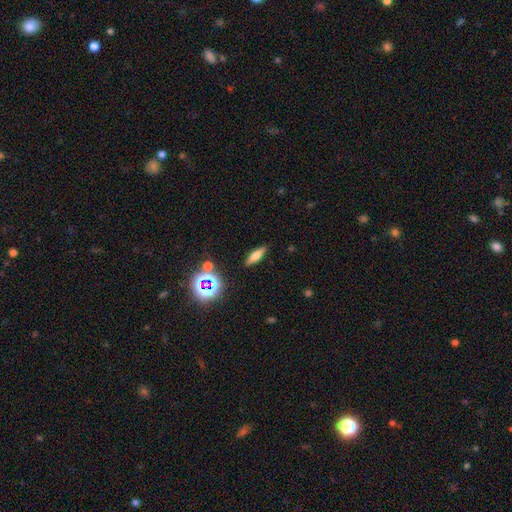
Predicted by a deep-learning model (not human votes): A smooth galaxy with no disk features (62%) that is cigar-shaped (52%). Merging: none (87%).